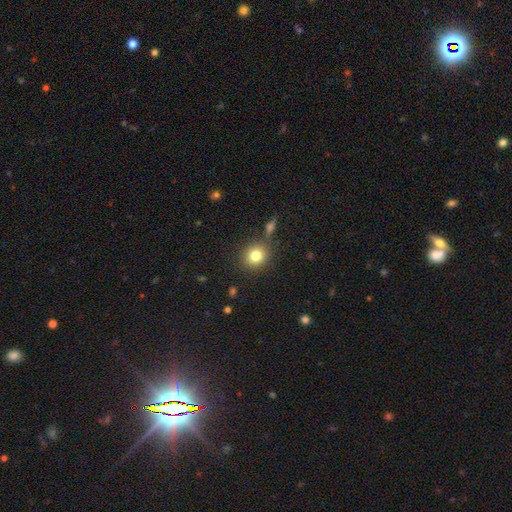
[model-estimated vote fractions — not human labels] Smooth or featured?
  - smooth: 81% *
  - star or artifact: 11%
  - featured or disk: 8%
How rounded?
  - round: 82% *
  - in between: 17%
  - cigar-shaped: 1%
Merging?
  - none: 82% *
  - minor disturbance: 9%
  - merger: 6%
  - major disturbance: 3%